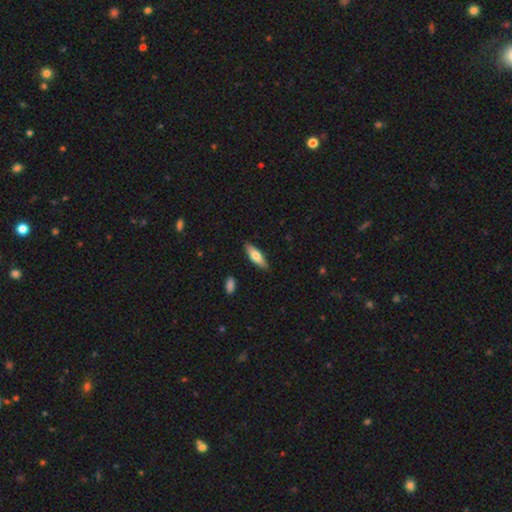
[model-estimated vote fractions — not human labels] This is likely a smooth galaxy (65%). How rounded: possibly in between (50%). Merging: clearly none (88%).